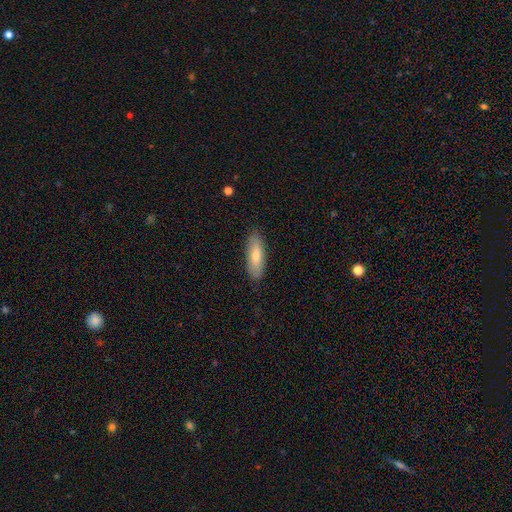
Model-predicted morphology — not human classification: This appears to be a smooth galaxy with no disk features (71%) that is in between round and cigar-shaped (59%). Merging: none (86%).